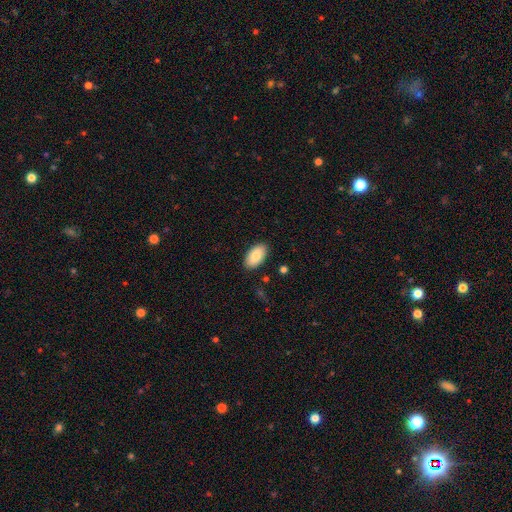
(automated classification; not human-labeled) Overall: smooth (83%). How rounded: in between (95%). Merging: none (88%).